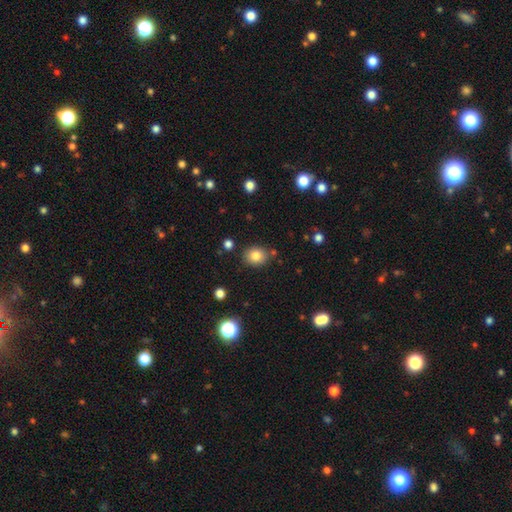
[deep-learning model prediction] A smooth galaxy with no disk features (82%) that is round (63%).

Vote fractions:
- Smooth or featured? smooth: 82% / star or artifact: 11% / featured or disk: 7%
- How rounded? round: 63% / in between: 36% / cigar-shaped: 1%
- Merging? none: 82% / minor disturbance: 11% / merger: 4% / major disturbance: 3%